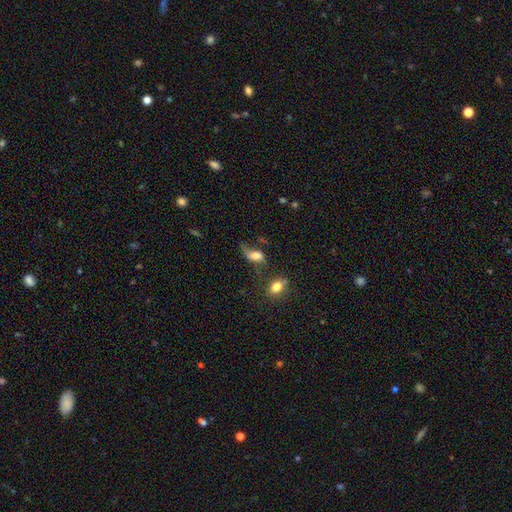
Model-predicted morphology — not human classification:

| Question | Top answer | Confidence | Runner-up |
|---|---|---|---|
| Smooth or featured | smooth | 50% | featured or disk (37%) |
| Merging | major disturbance | 40% | none (28%) |